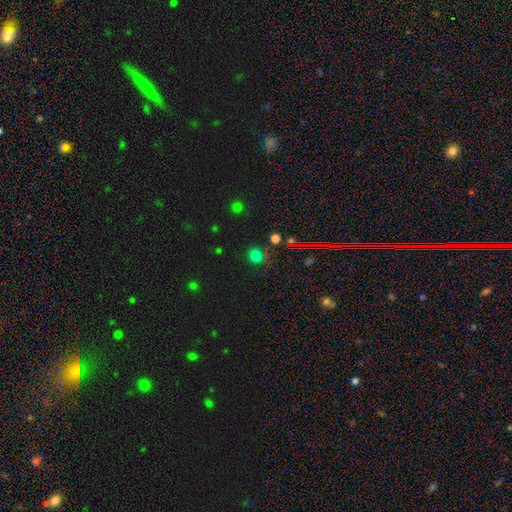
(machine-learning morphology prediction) smooth 66%, star or artifact 28%, featured or disk 6%. Down the decision tree: how rounded — round (85%); merging — none (78%).